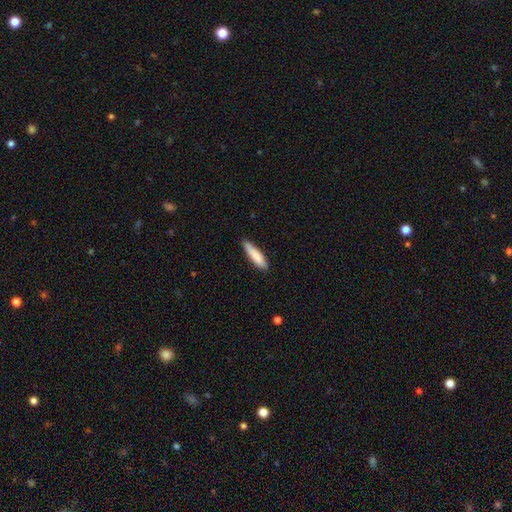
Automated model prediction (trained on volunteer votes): Smooth or featured? Predicted: smooth (p=0.83). How rounded? Predicted: cigar-shaped (p=0.78). Merging? Predicted: none (p=0.80).